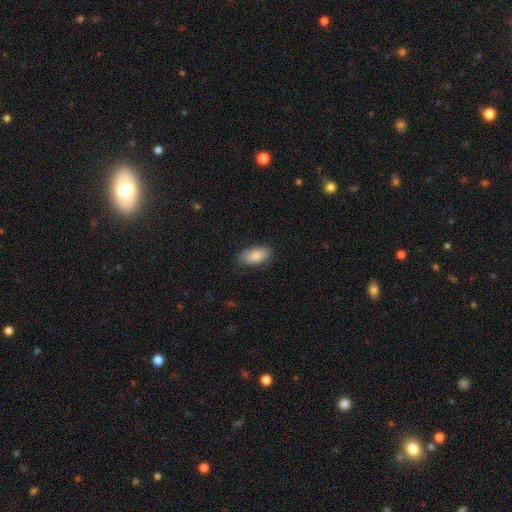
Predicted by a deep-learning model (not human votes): Smooth or featured? Predicted: smooth (p=0.86). How rounded? Predicted: in between (p=0.91). Merging? Predicted: none (p=0.83).